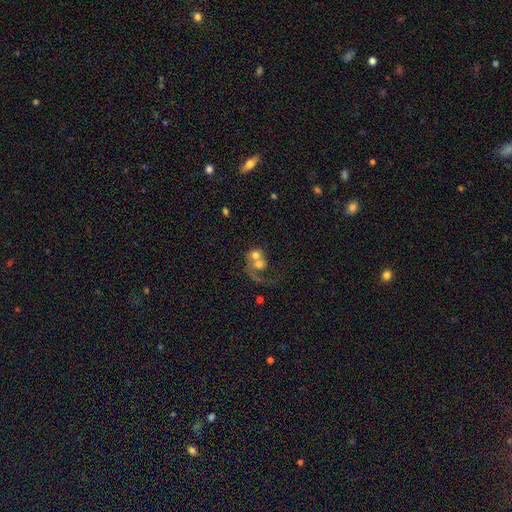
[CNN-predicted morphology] Smooth or featured?
  - featured or disk: 47% *
  - smooth: 44%
  - star or artifact: 9%
Merging?
  - merger: 67% *
  - major disturbance: 14%
  - none: 13%
  - minor disturbance: 6%